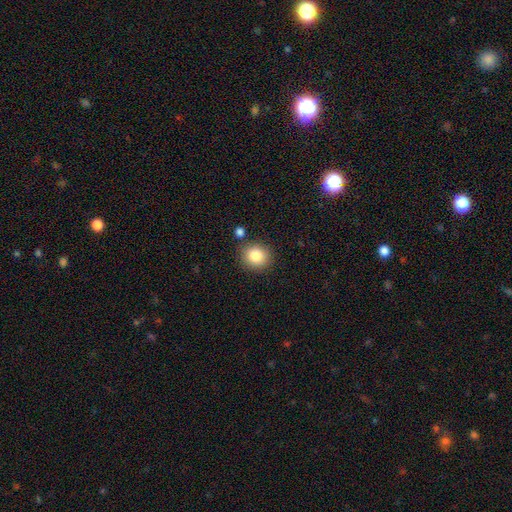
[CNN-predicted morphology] smooth 84%, star or artifact 10%, featured or disk 6%. Down the decision tree: how rounded — round (83%); merging — none (83%).